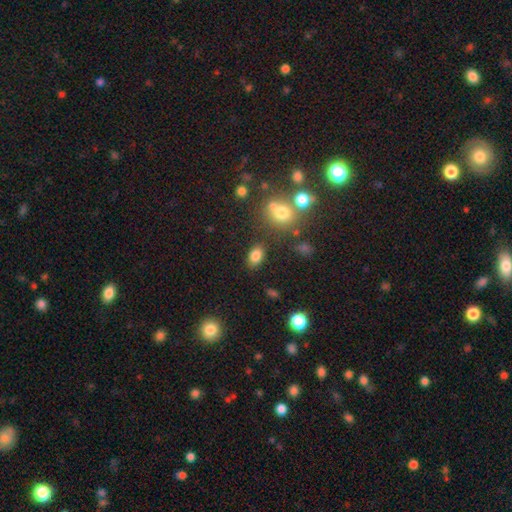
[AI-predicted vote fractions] Smooth or featured: smooth — 81% (star or artifact — 11%)
How rounded: in between — 82% (round — 16%)
Merging: none — 80% (minor disturbance — 12%)